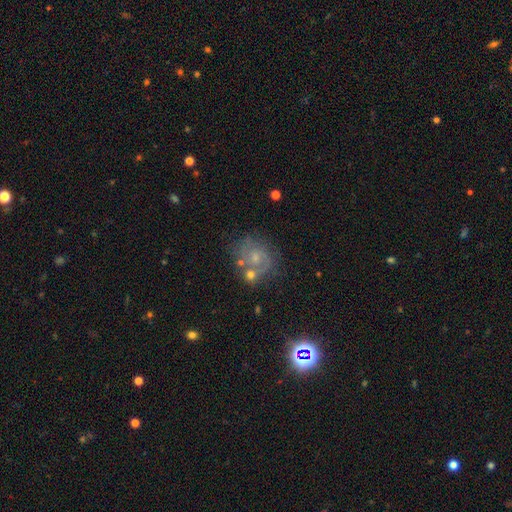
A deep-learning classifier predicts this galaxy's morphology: Smooth or featured? featured or disk (66%)
Edge-on disk? no (98%)
Bar? no (65%)
Spiral arms? yes (85%)
Spiral winding? medium (44%)
Spiral arm count? 2 (60%)
Bulge size? small (58%)
Merging? none (59%)